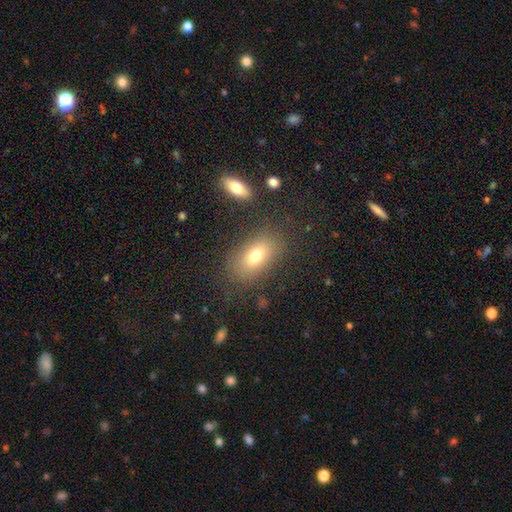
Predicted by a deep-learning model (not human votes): Smooth or featured: smooth — 73% (featured or disk — 16%)
How rounded: in between — 87% (round — 9%)
Merging: none — 80% (minor disturbance — 11%)